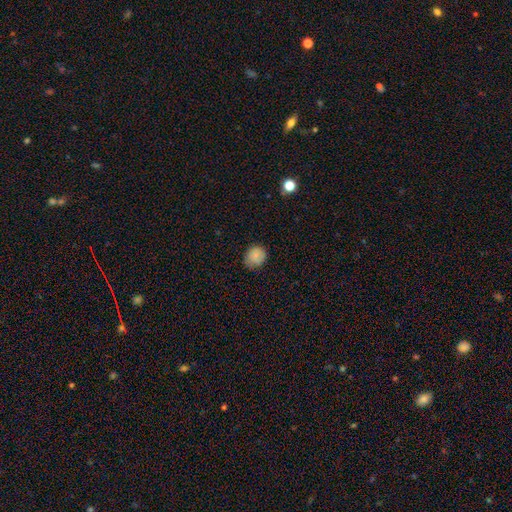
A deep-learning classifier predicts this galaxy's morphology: The model was most divided on "how rounded": round: 73%, in between: 26%, cigar-shaped: 1%. More confident: smooth or featured — smooth (84%); merging — none (72%).